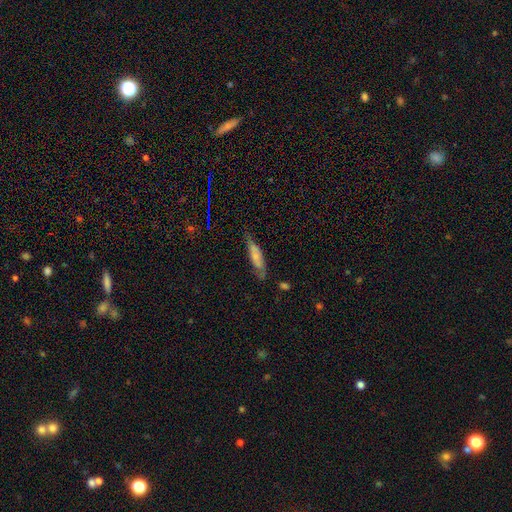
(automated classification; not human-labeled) smooth_or_featured: smooth (p=0.62) [alt: featured or disk p=0.30]
how_rounded: cigar-shaped (p=0.65) [alt: in between p=0.33]
merging: none (p=0.61) [alt: minor disturbance p=0.28]